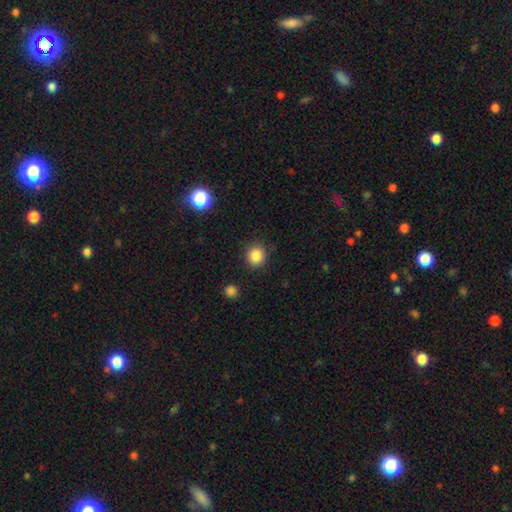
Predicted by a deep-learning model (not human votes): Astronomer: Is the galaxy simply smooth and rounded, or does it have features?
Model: smooth — 85%.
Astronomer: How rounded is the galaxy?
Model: round — 89%.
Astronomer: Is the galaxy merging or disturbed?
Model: none — 88%.